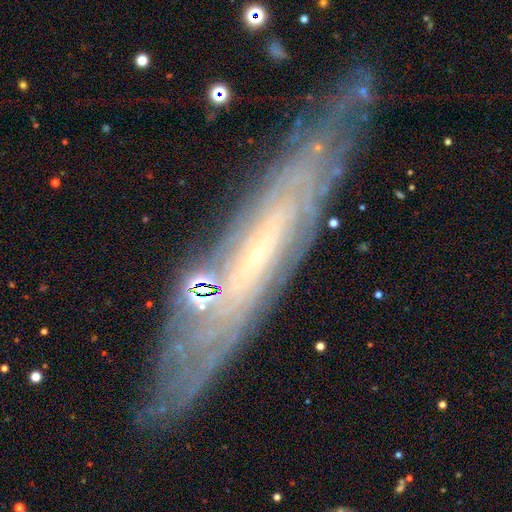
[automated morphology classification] smooth-or-featured: featured or disk: 74% | smooth: 17% | star or artifact: 9%
  disk-edge-on: yes: 50% (tied) | no: 50% (tied)
  merging: none: 79% | minor disturbance: 15% | major disturbance: 4% | merger: 3%